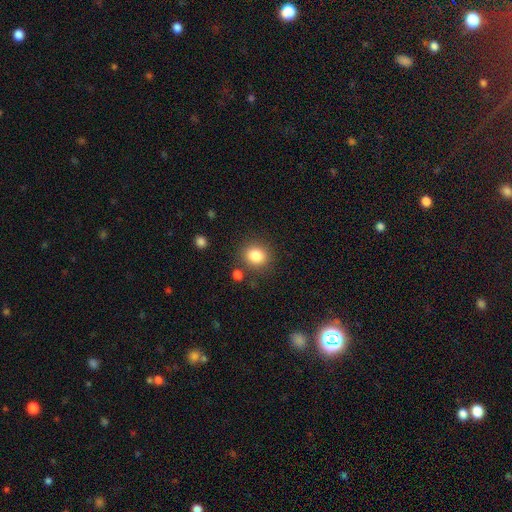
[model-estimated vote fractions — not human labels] Overall: smooth (84%). How rounded: round (75%). Merging: none (81%).